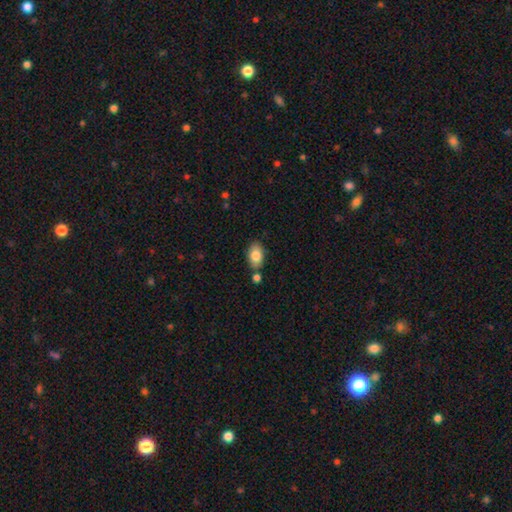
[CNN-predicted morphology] Smooth or featured?
  - smooth: 82% *
  - featured or disk: 11%
  - star or artifact: 7%
How rounded?
  - in between: 90% *
  - round: 8%
  - cigar-shaped: 2%
Merging?
  - none: 73% *
  - minor disturbance: 13%
  - merger: 11%
  - major disturbance: 3%